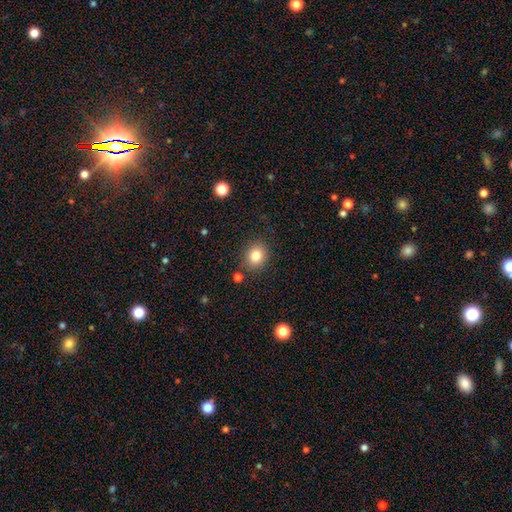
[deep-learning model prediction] Smooth or featured? Predicted: smooth (p=0.82). How rounded? Predicted: round (p=0.70). Merging? Predicted: none (p=0.84).